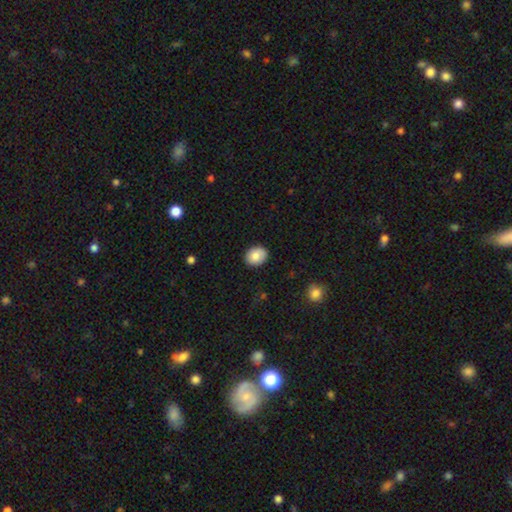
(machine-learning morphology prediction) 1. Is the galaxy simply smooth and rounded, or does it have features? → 82% smooth, 10% featured or disk, 8% star or artifact.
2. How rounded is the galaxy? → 50% round, 49% in between, 1% cigar-shaped.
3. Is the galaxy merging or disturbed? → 88% none, 9% minor disturbance, 2% major disturbance, 1% merger.